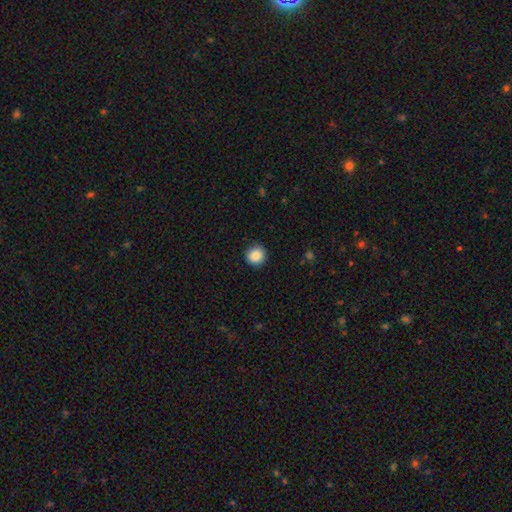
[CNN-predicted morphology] Overall: smooth (88%). How rounded: round (95%). Merging: none (91%).